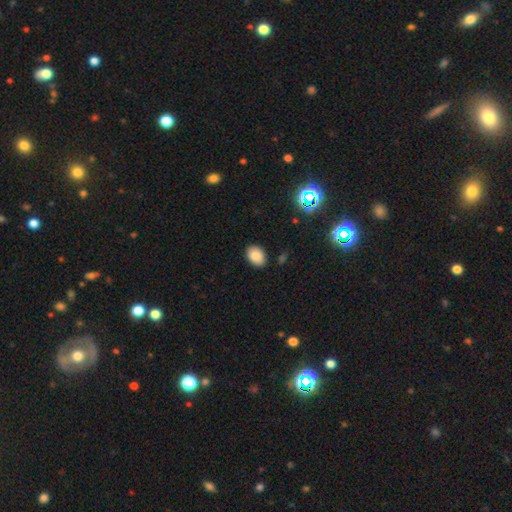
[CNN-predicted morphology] This appears to be a smooth galaxy with no disk features (85%) that is in between round and cigar-shaped (81%). Merging: none (87%).